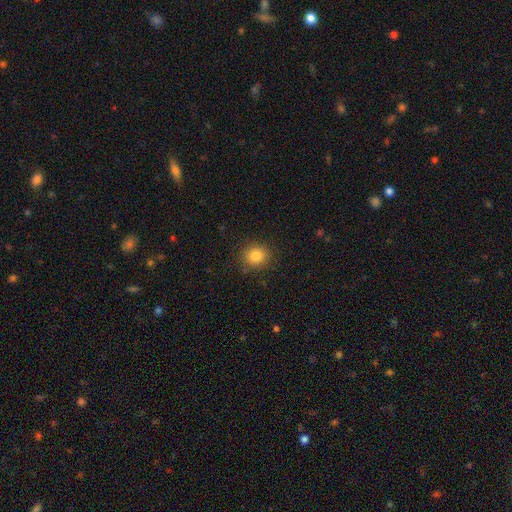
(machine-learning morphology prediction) smooth_or_featured: smooth (p=0.83) [alt: star or artifact p=0.11]
how_rounded: round (p=0.81) [alt: in between p=0.18]
merging: none (p=0.89) [alt: minor disturbance p=0.08]